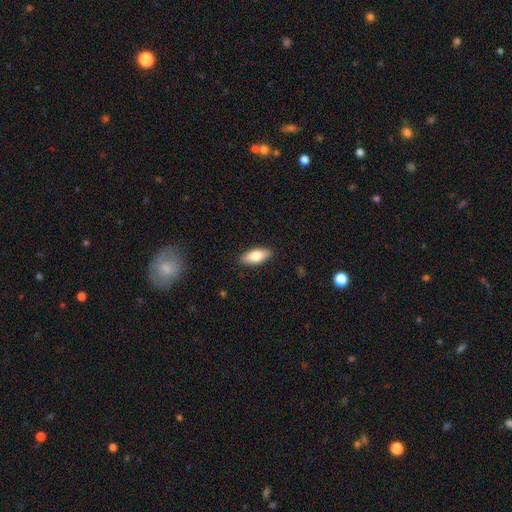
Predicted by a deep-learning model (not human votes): Smooth or featured? smooth (80%)
How rounded? in between (85%)
Merging? none (88%)